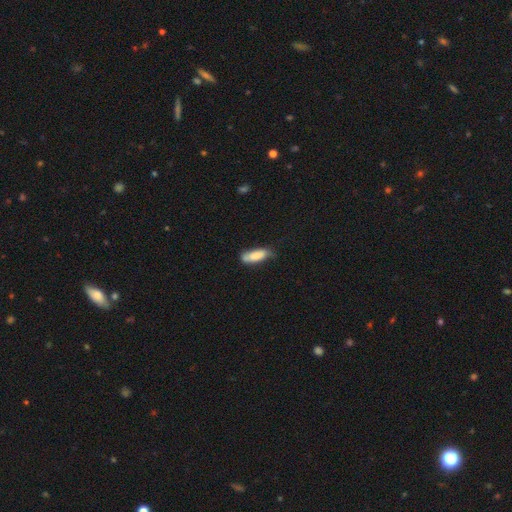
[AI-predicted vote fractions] Morphology: type=smooth (79%); roundness=in between (63%); merging=none (56%).